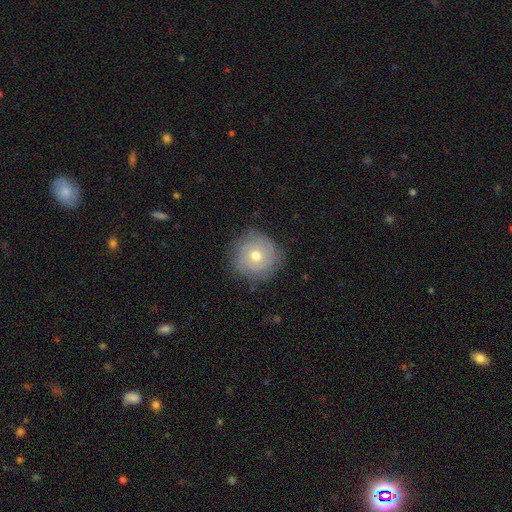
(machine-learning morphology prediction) This is possibly a smooth galaxy (48%). Merging: likely none (80%).